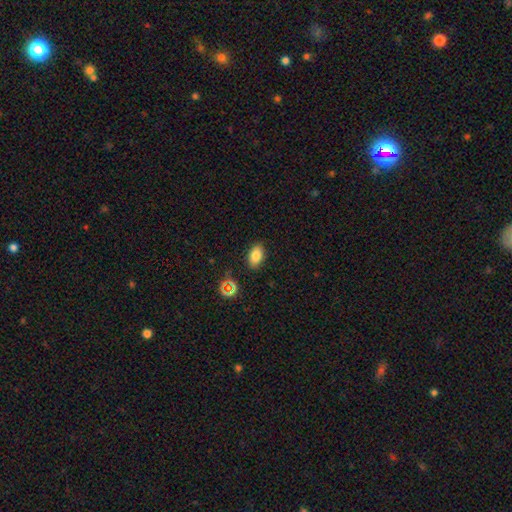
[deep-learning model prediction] smooth-or-featured: smooth: 81% | star or artifact: 12% | featured or disk: 8%
  how-rounded: in between: 88% | round: 10% | cigar-shaped: 2%
  merging: none: 86% | minor disturbance: 10% | major disturbance: 2% | merger: 2%